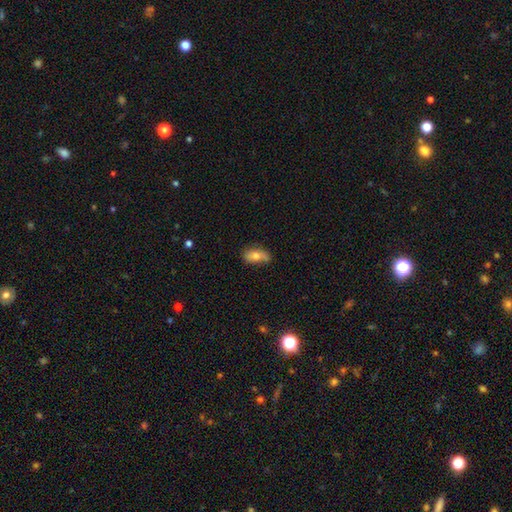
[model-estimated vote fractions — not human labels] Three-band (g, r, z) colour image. It shows a smooth galaxy with no disk features (68%) that is in between round and cigar-shaped (87%). Merging: none (64%).